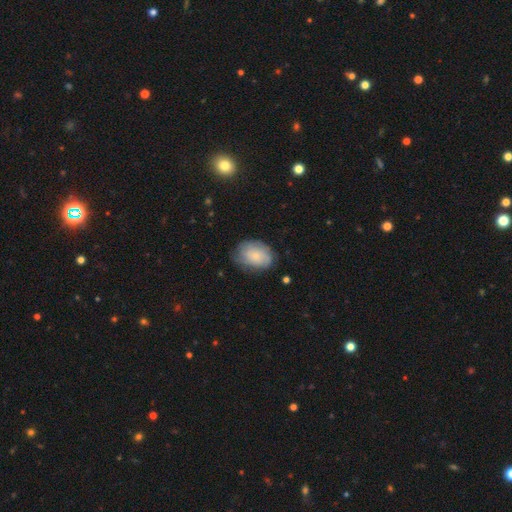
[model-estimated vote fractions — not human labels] This appears to be a smooth galaxy with no disk features (62%) that is in between round and cigar-shaped (77%). Merging: none (68%).